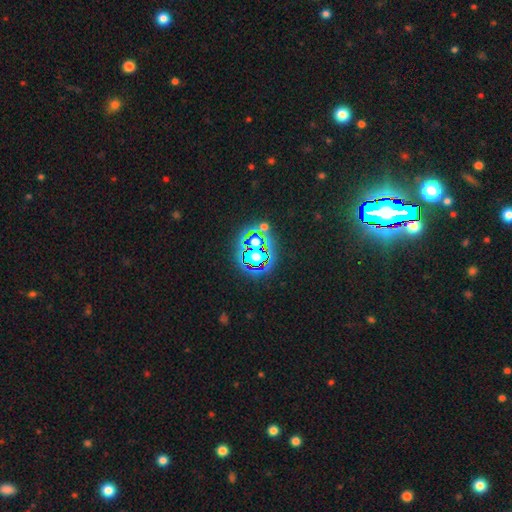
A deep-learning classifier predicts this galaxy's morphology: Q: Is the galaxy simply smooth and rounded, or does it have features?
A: star or artifact — 64%.